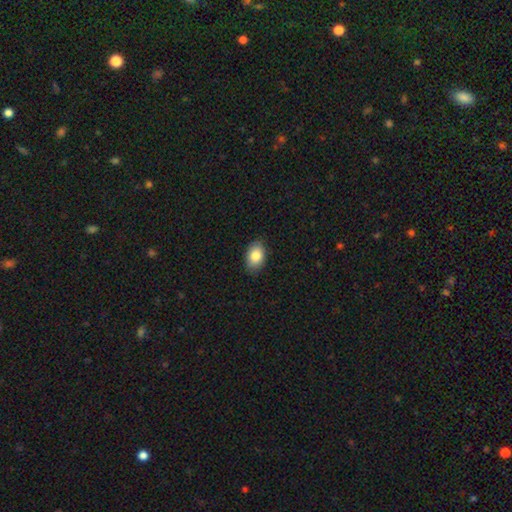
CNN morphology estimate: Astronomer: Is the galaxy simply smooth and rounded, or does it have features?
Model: smooth — 85%.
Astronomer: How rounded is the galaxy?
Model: in between — 86%.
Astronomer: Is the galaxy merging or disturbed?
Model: none — 86%.